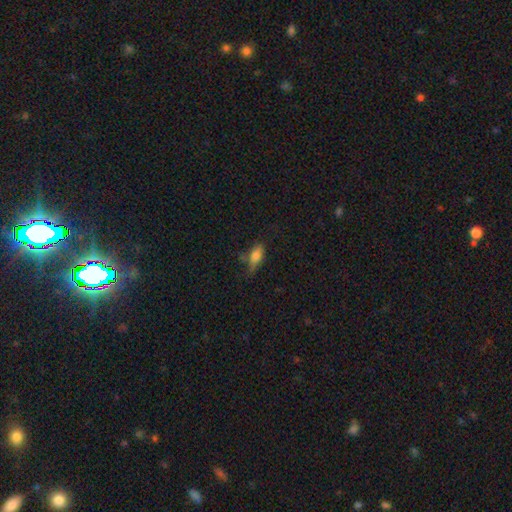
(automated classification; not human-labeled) A smooth galaxy with no disk features (75%) that is in between round and cigar-shaped (82%).

Vote fractions:
- Smooth or featured? smooth: 75% / featured or disk: 15% / star or artifact: 10%
- How rounded? in between: 82% / cigar-shaped: 13% / round: 5%
- Merging? none: 49% / minor disturbance: 31% / major disturbance: 14% / merger: 5%